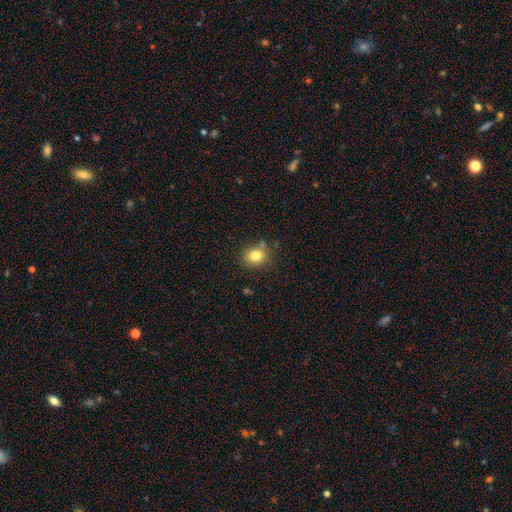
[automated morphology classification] This appears to be a smooth galaxy with no disk features (80%) that is round (69%). Merging: none (76%).